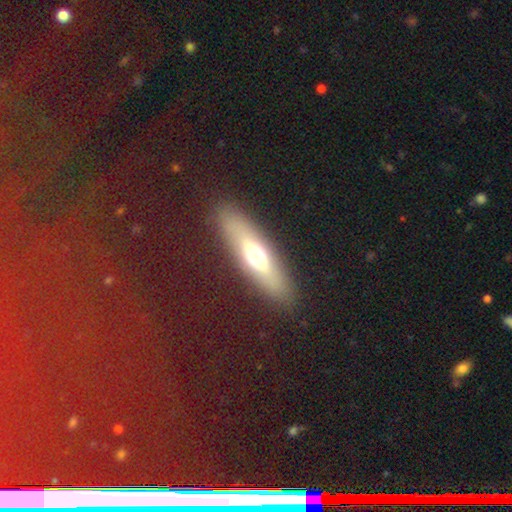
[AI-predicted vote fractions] Q: Smooth or featured?
A: smooth (52%); runner-up: featured or disk (41%)
Q: How rounded?
A: cigar-shaped (61%); runner-up: in between (36%)
Q: Merging?
A: none (87%); runner-up: minor disturbance (8%)